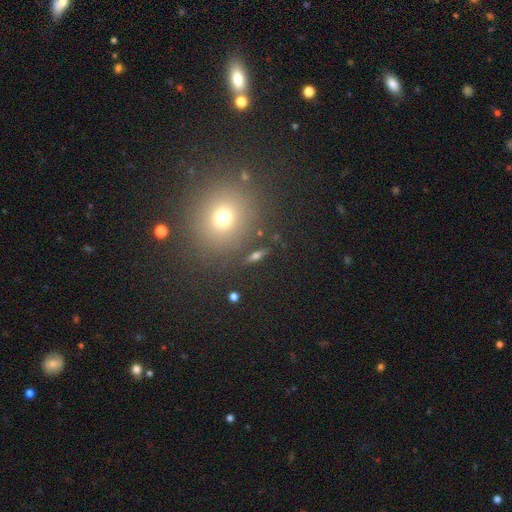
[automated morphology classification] A smooth galaxy with no disk features (51%) that is cigar-shaped (42%). Merging: none (85%).